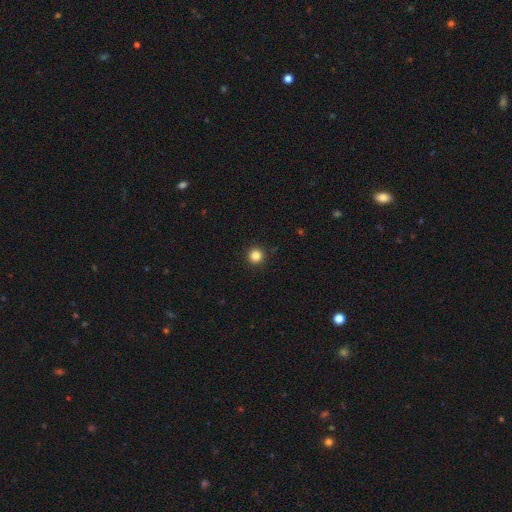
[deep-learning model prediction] A smooth galaxy with no disk features (84%) that is round (96%). Merging: none (93%).